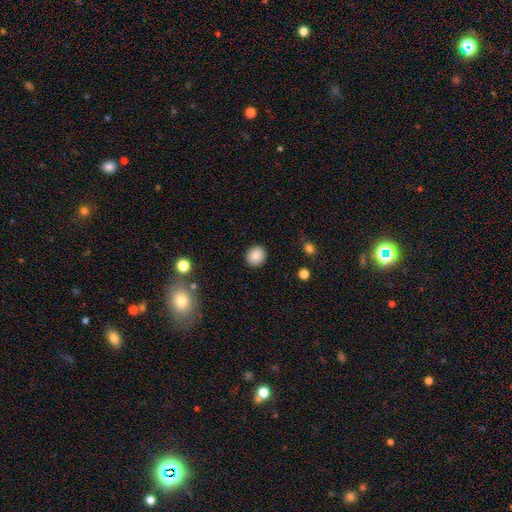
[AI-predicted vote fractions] Smooth or featured? smooth (85%)
How rounded? round (88%)
Merging? none (91%)